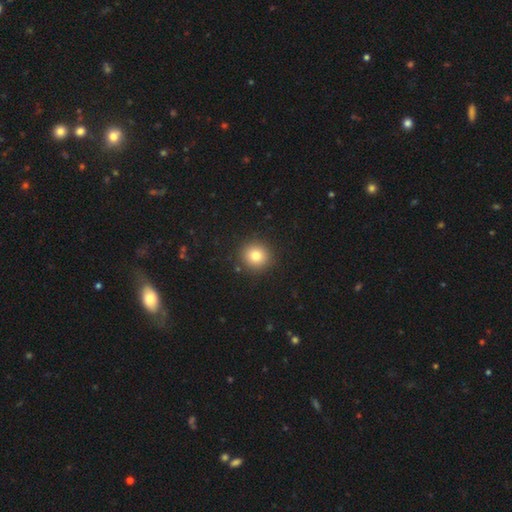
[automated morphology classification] Q: Smooth or featured?
A: smooth (80%); runner-up: star or artifact (12%)
Q: How rounded?
A: round (92%); runner-up: in between (7%)
Q: Merging?
A: none (91%); runner-up: minor disturbance (6%)